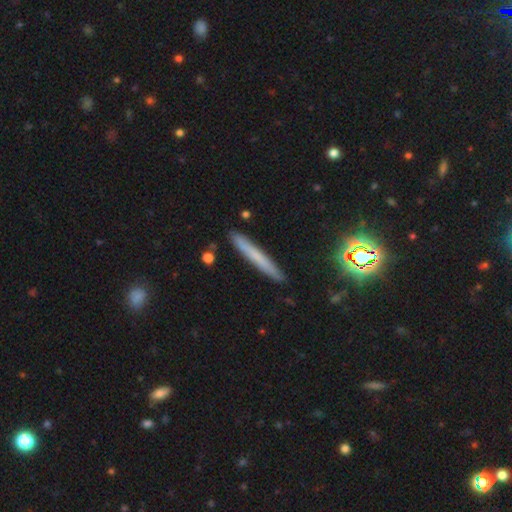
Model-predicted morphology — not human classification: The model was most divided on "smooth or featured": smooth: 60%, featured or disk: 29%, star or artifact: 11%. More confident: how rounded — cigar-shaped (96%); merging — none (90%).